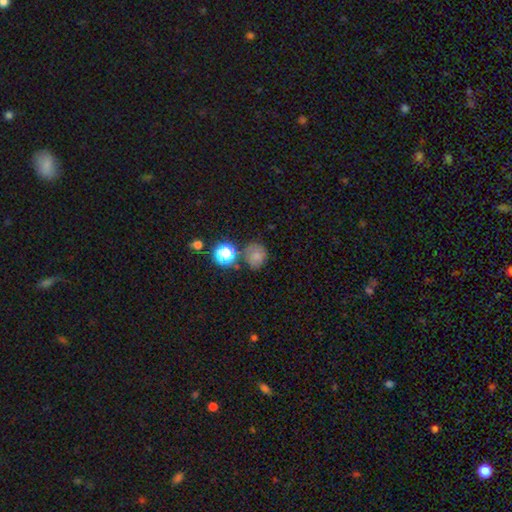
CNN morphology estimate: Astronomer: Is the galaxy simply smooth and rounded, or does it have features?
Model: smooth — 70%.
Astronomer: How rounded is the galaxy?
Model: round — 68%.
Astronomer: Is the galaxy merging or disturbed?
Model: none — 62%.